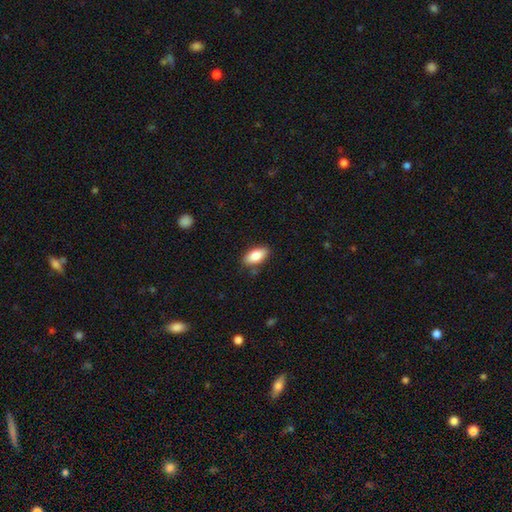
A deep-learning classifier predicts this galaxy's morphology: A smooth galaxy with no disk features (84%) that is in between round and cigar-shaped (90%).

Vote fractions:
- Smooth or featured? smooth: 84% / featured or disk: 9% / star or artifact: 7%
- How rounded? in between: 90% / cigar-shaped: 7% / round: 3%
- Merging? none: 84% / minor disturbance: 12% / major disturbance: 2% / merger: 2%